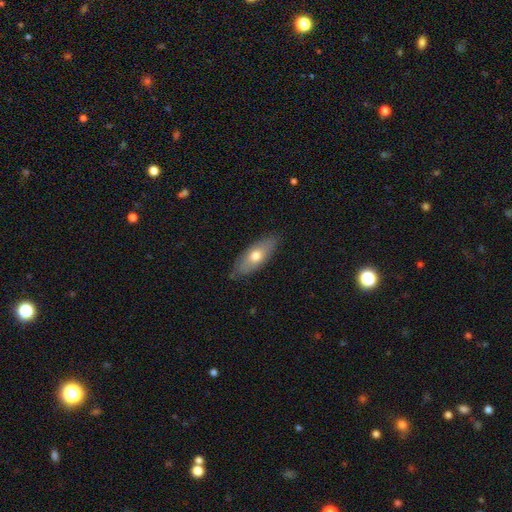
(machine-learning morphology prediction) Smooth or featured? smooth (63%)
How rounded? in between (74%)
Merging? none (81%)